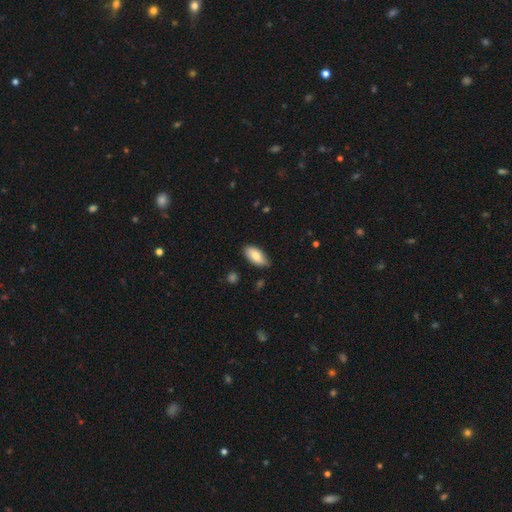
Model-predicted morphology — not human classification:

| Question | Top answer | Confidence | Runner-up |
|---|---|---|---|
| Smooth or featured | smooth | 80% | featured or disk (14%) |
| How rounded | in between | 91% | cigar-shaped (6%) |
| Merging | none | 81% | minor disturbance (16%) |